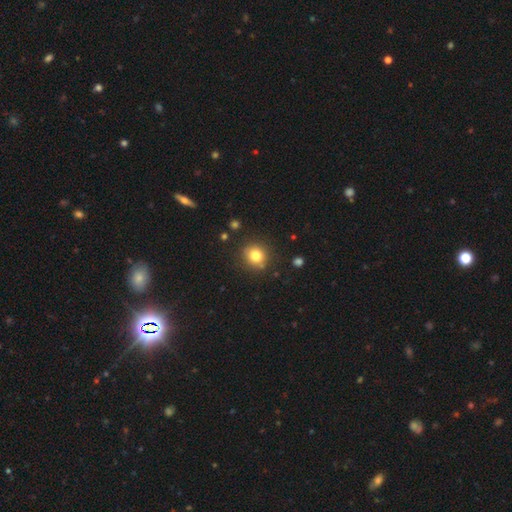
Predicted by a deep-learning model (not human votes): Overall: smooth (80%). How rounded: round (87%). Merging: none (85%).